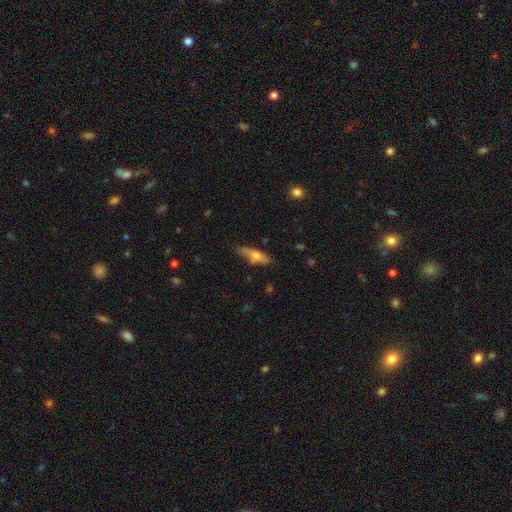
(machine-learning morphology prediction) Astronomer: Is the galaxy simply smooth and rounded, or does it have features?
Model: smooth — 56% (runner-up: featured or disk, 36%).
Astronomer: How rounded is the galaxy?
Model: cigar-shaped — 62%.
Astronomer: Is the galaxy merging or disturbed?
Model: none — 60%.